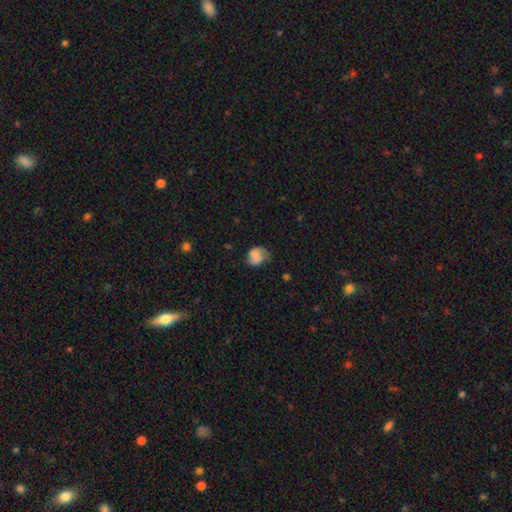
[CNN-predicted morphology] Smooth or featured: smooth — 71% (featured or disk — 20%)
How rounded: round — 59% (in between — 40%)
Merging: none — 49% (minor disturbance — 33%)